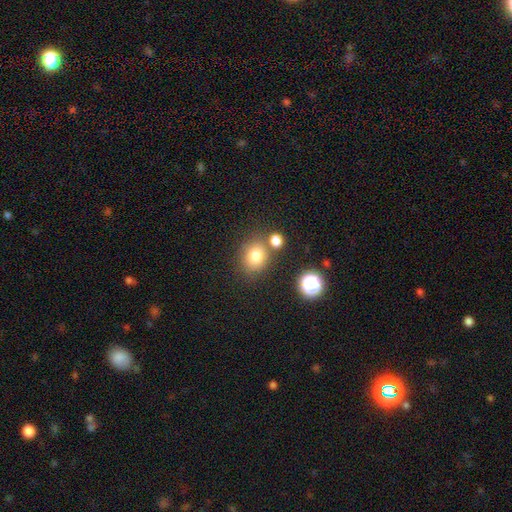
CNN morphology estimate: smooth-or-featured: smooth: 77% | star or artifact: 14% | featured or disk: 9%
  how-rounded: round: 66% | in between: 33% | cigar-shaped: 1%
  merging: none: 69% | merger: 15% | minor disturbance: 12% | major disturbance: 4%